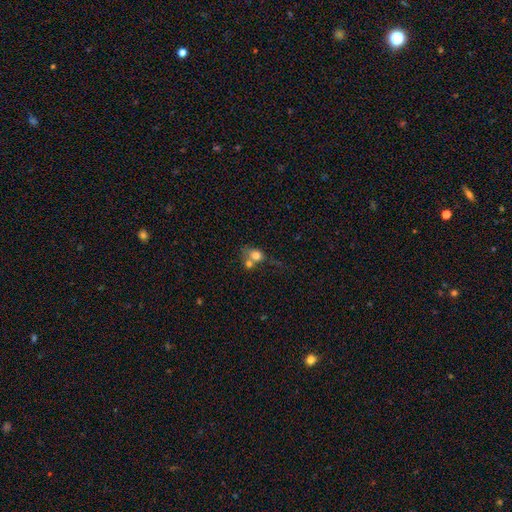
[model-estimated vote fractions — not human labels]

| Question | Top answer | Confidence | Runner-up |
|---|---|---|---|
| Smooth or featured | smooth | 72% | featured or disk (17%) |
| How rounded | round | 60% | in between (38%) |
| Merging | merger | 55% | none (26%) |